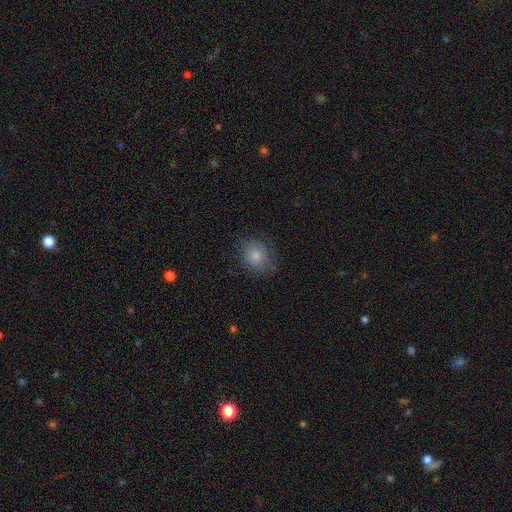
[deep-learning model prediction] The model was most divided on "how rounded": round: 70%, in between: 29%, cigar-shaped: 1%. More confident: smooth or featured — smooth (80%); merging — none (72%).